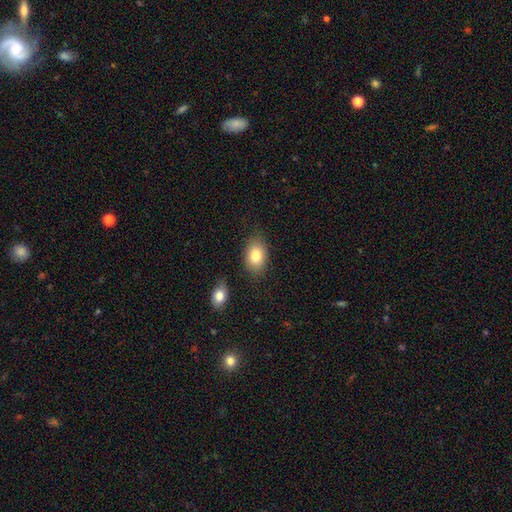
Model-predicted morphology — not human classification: smooth_or_featured: smooth (p=0.82) [alt: featured or disk p=0.10]
how_rounded: in between (p=0.83) [alt: round p=0.16]
merging: none (p=0.82) [alt: minor disturbance p=0.12]